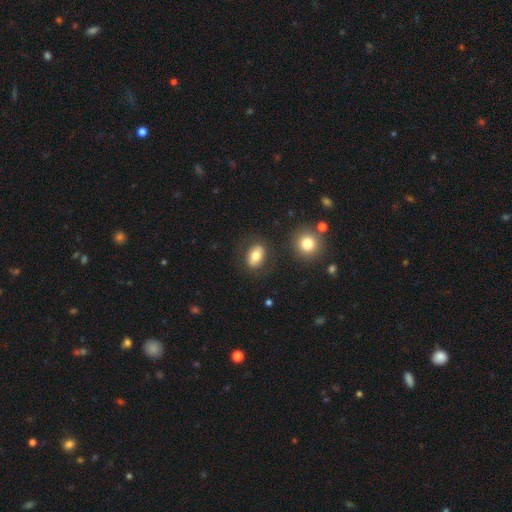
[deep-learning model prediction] The model was most divided on "smooth or featured": smooth: 77%, featured or disk: 15%, star or artifact: 8%. More confident: how rounded — in between (84%); merging — none (82%).